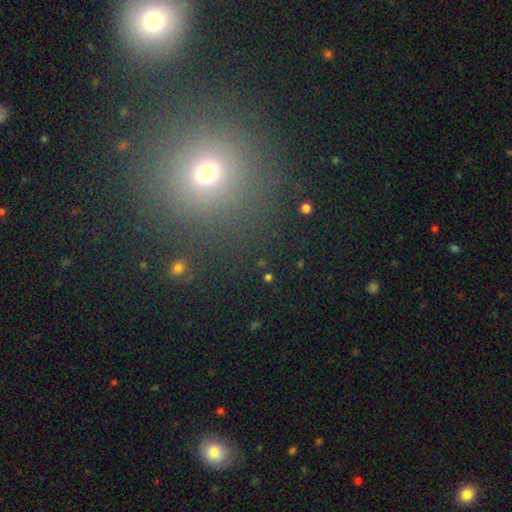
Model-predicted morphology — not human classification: Smooth or featured?
  - smooth: 54% *
  - star or artifact: 37%
  - featured or disk: 9%
How rounded?
  - round: 92% *
  - in between: 7%
  - cigar-shaped: 1%
Merging?
  - none: 84% *
  - minor disturbance: 6%
  - merger: 6%
  - major disturbance: 3%